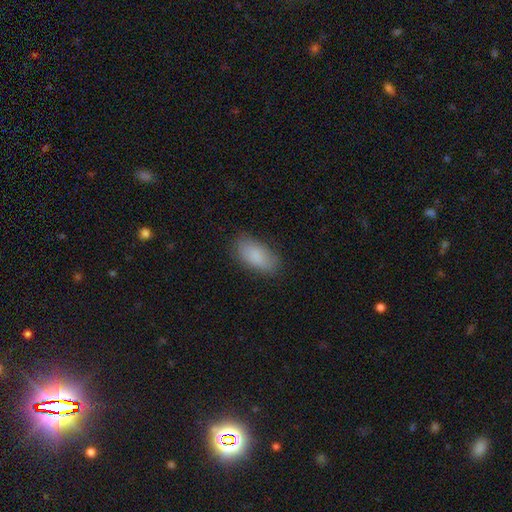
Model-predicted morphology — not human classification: The model was most divided on "merging": none: 80%, minor disturbance: 15%, major disturbance: 3%, merger: 1%. More confident: how rounded — in between (91%); smooth or featured — smooth (86%).